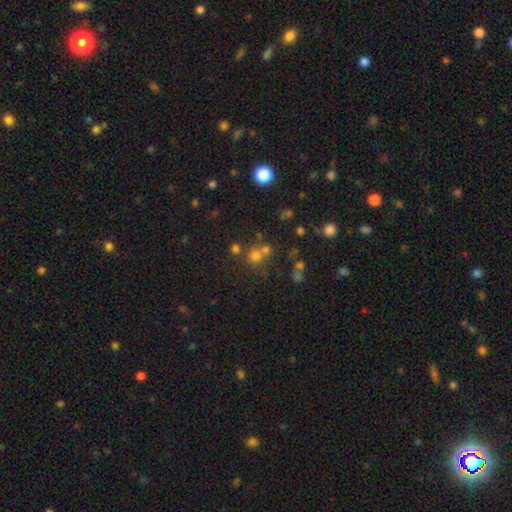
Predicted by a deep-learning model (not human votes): smooth-or-featured: smooth: 63% | star or artifact: 25% | featured or disk: 11%
  how-rounded: round: 88% | in between: 11% | cigar-shaped: 1%
  merging: none: 57% | merger: 31% | minor disturbance: 8% | major disturbance: 4%